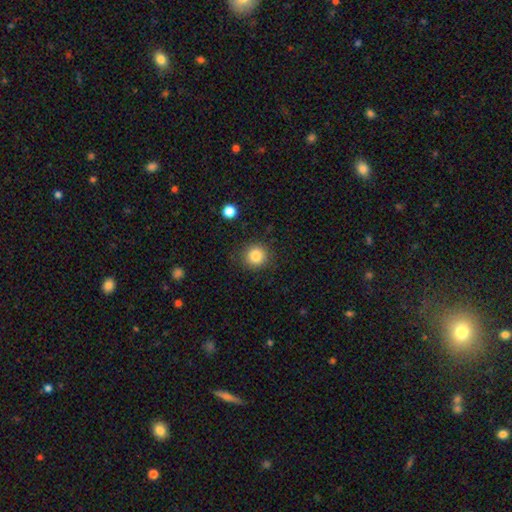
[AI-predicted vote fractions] Overall: smooth (85%). How rounded: round (92%). Merging: none (87%).